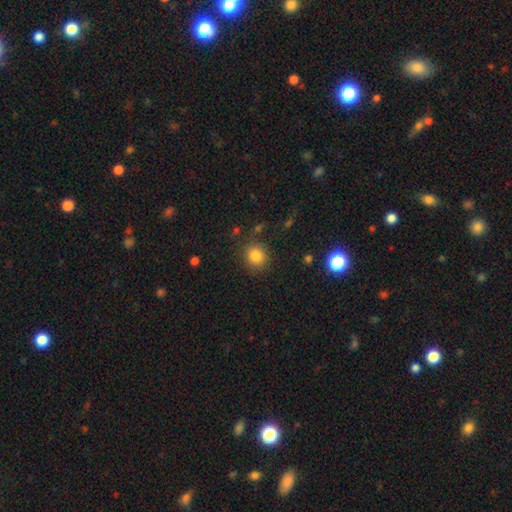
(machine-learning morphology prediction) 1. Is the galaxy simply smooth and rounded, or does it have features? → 83% smooth, 11% star or artifact, 5% featured or disk.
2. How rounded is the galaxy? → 83% round, 16% in between, 1% cigar-shaped.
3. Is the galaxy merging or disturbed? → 85% none, 9% minor disturbance, 4% major disturbance, 2% merger.